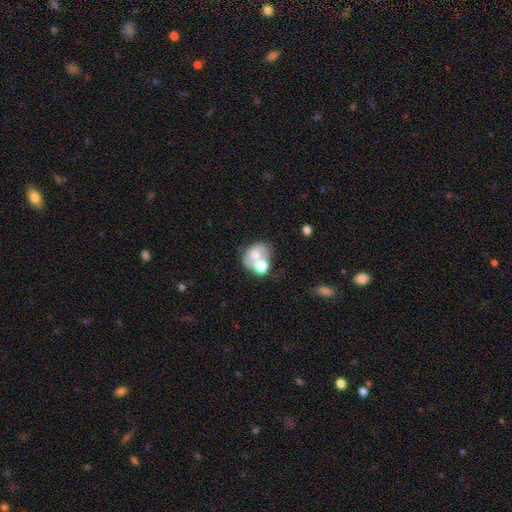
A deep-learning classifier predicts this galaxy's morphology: smooth_or_featured: smooth (p=0.54) [alt: featured or disk p=0.35]
how_rounded: in between (p=0.51) [alt: round p=0.48]
merging: merger (p=0.48) [alt: none p=0.30]